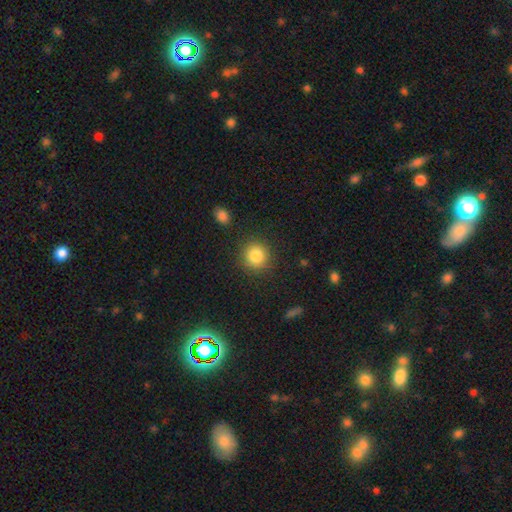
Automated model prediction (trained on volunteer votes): Morphology: type=smooth (84%); roundness=round (91%); merging=none (87%).